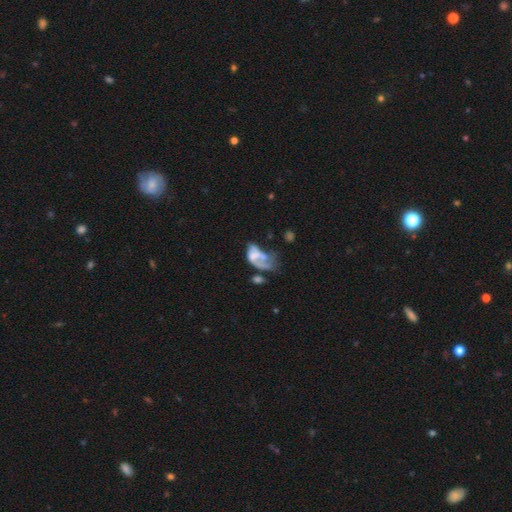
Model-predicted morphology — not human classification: A featured or disk galaxy (50%). Merging: major disturbance (41%).